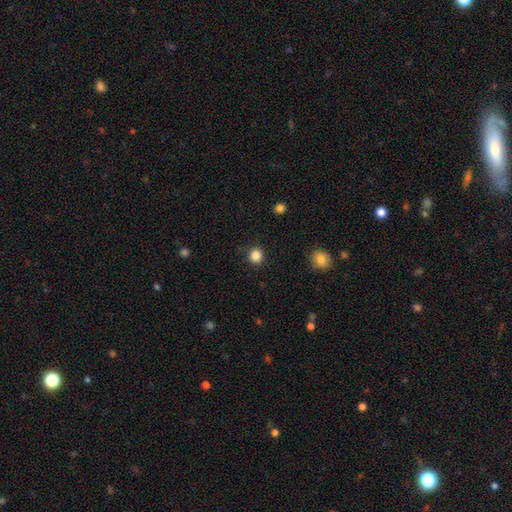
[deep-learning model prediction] smooth 85%, star or artifact 11%, featured or disk 3%. Down the decision tree: how rounded — round (92%); merging — none (91%).